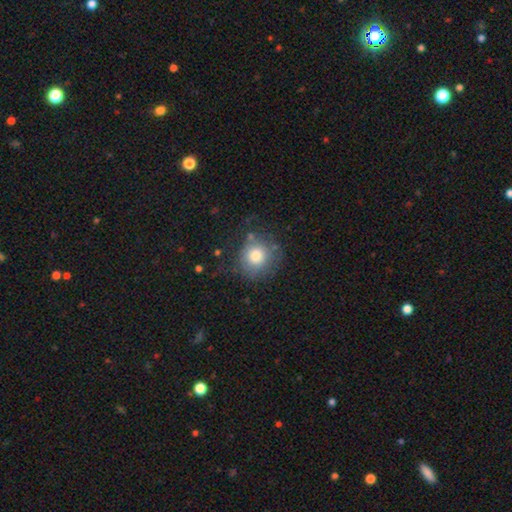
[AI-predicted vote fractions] Overall: smooth (76%). How rounded: round (86%). Merging: none (65%).